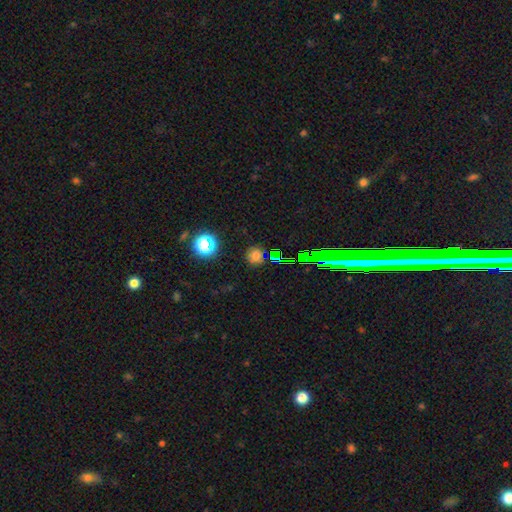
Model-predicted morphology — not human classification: A smooth galaxy with no disk features (59%) that is round (88%).

Vote fractions:
- Smooth or featured? smooth: 59% / star or artifact: 31% / featured or disk: 10%
- How rounded? round: 88% / in between: 10% / cigar-shaped: 1%
- Merging? none: 84% / minor disturbance: 10% / major disturbance: 4% / merger: 2%